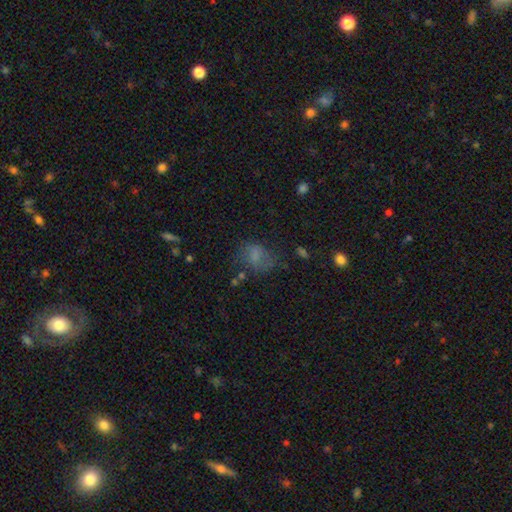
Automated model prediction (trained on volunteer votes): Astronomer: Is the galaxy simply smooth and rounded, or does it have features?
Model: smooth — 64%.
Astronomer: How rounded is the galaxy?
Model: in between — 64%.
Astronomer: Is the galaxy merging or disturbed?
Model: none — 49% (runner-up: minor disturbance, 24%).